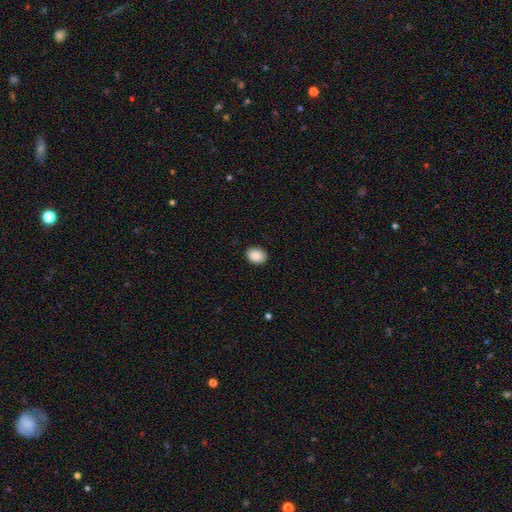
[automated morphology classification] Smooth or featured? Predicted: smooth (p=0.89). How rounded? Predicted: in between (p=0.65). Merging? Predicted: none (p=0.88).